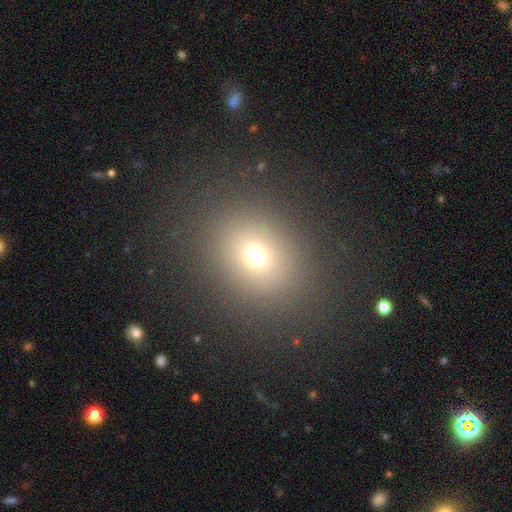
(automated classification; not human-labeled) Overall: smooth (68%). How rounded: round (64%; in between 34%). Merging: none (87%).